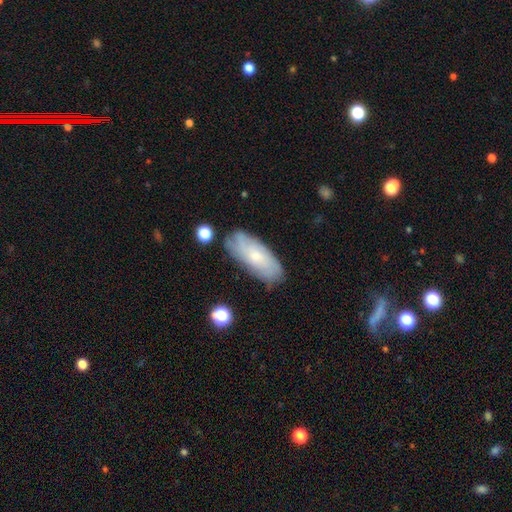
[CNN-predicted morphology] A smooth galaxy with no disk features (50%) that is in between round and cigar-shaped (80%). Merging: none (75%).